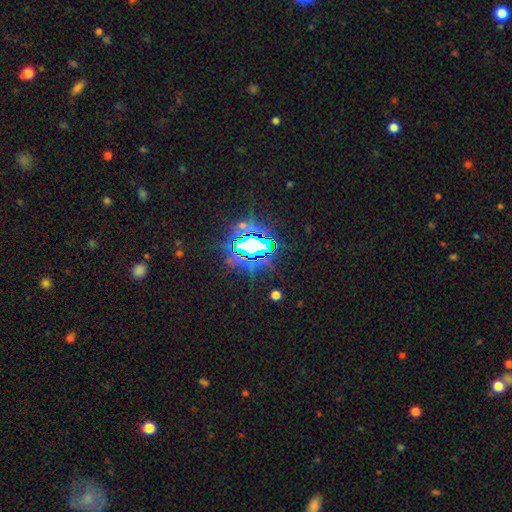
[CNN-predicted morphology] smooth-or-featured: star or artifact: 79% | featured or disk: 11% | smooth: 10%